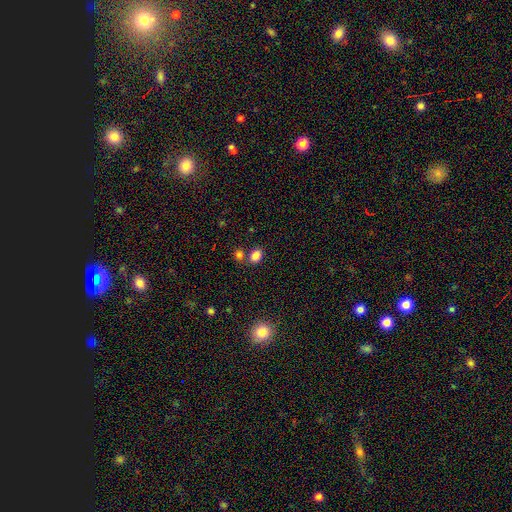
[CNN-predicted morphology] smooth_or_featured: smooth (p=0.83) [alt: star or artifact p=0.12]
how_rounded: in between (p=0.65) [alt: round p=0.34]
merging: none (p=0.67) [alt: merger p=0.19]